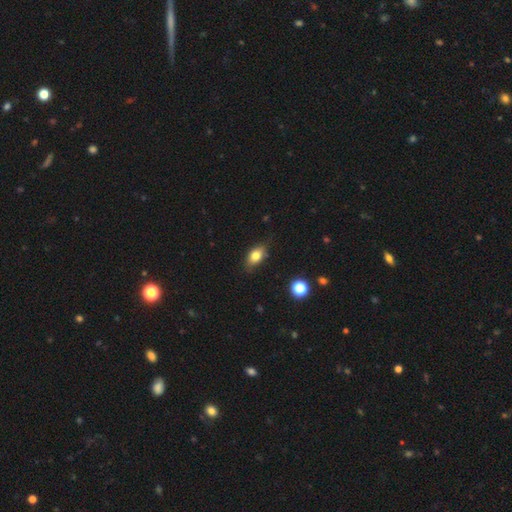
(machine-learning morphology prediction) Smooth or featured: smooth — 78% (featured or disk — 13%)
How rounded: in between — 84% (round — 12%)
Merging: none — 78% (minor disturbance — 18%)